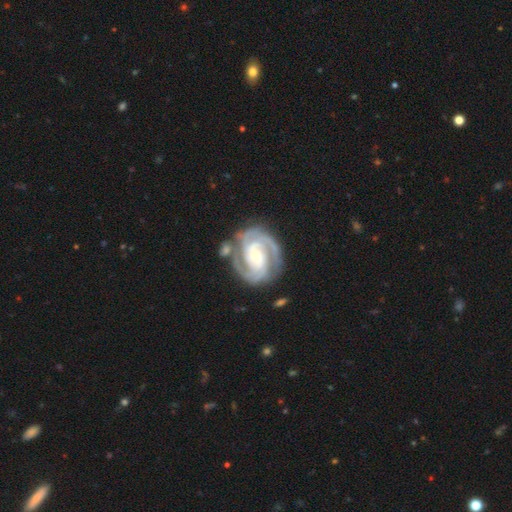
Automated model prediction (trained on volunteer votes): A featured or disk galaxy (92%) with no bar (46%), 2 (57%) tight (64%) spiral arms (98%) and a moderate central bulge (52%). Merging: none (72%).